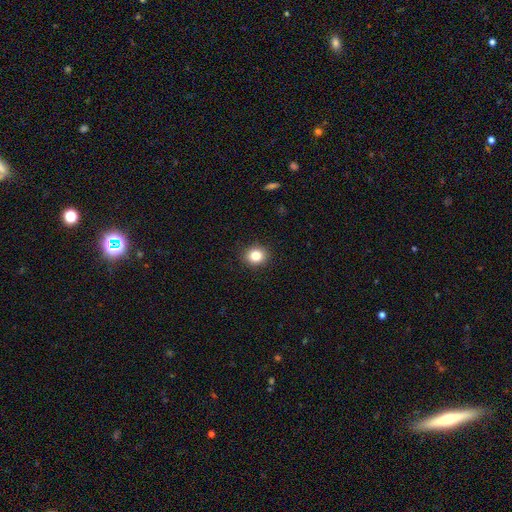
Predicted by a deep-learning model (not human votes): Smooth or featured? Predicted: smooth (p=0.83). How rounded? Predicted: round (p=0.77). Merging? Predicted: none (p=0.91).